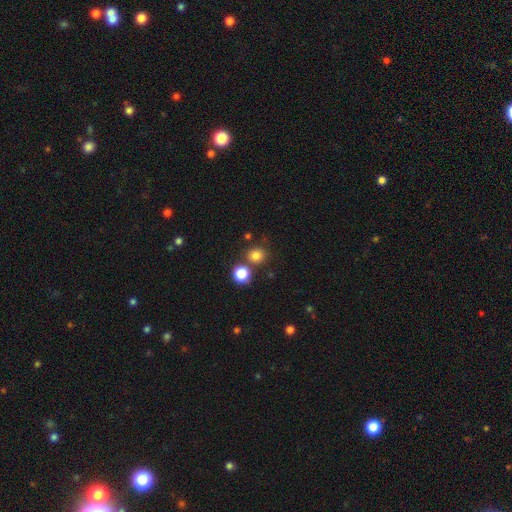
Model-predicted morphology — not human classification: Overall: smooth (80%). How rounded: round (88%). Merging: none (72%).